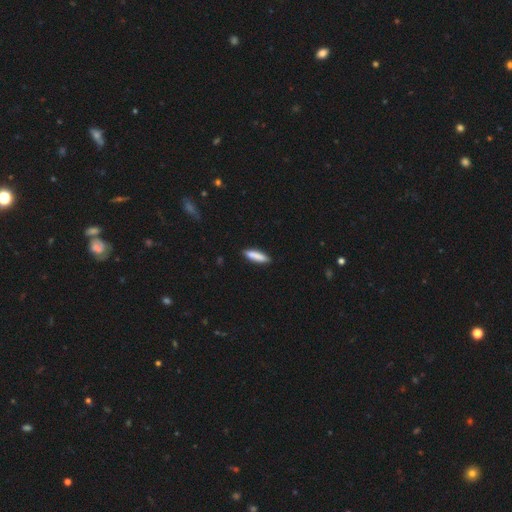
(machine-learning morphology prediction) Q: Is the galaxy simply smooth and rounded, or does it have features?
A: smooth — 85%.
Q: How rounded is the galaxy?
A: cigar-shaped — 76%.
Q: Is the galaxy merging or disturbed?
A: none — 86%.